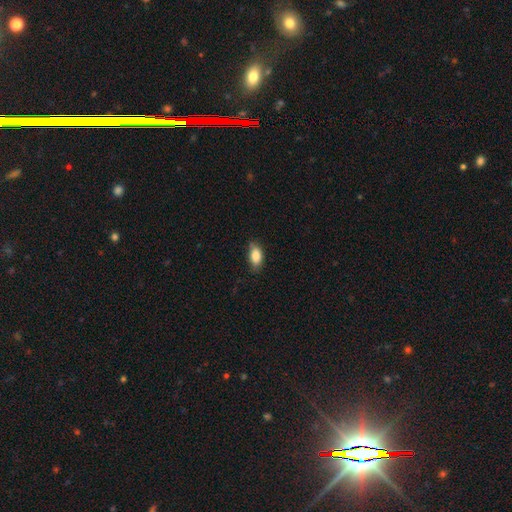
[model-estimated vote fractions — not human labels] Overall: smooth (86%). How rounded: in between (89%). Merging: none (72%).